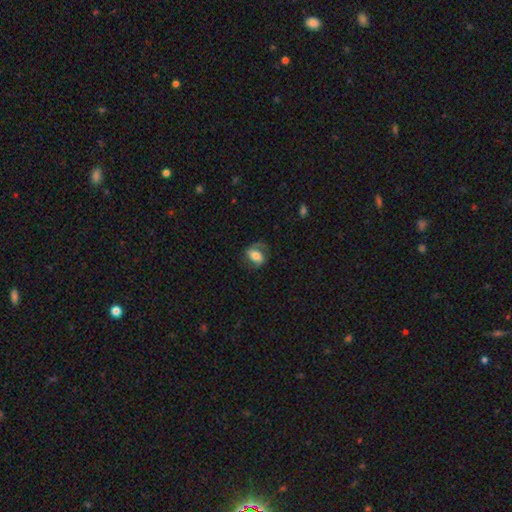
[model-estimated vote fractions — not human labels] Smooth or featured? smooth (53%)
How rounded? in between (81%)
Merging? none (61%)